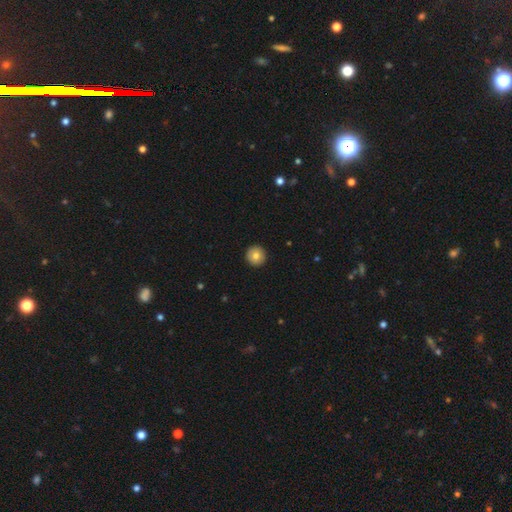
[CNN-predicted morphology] smooth-or-featured: smooth: 79% | featured or disk: 13% | star or artifact: 8%
  how-rounded: round: 96% | in between: 3% | cigar-shaped: 1%
  merging: none: 93% | minor disturbance: 4% | major disturbance: 1% | merger: 1%